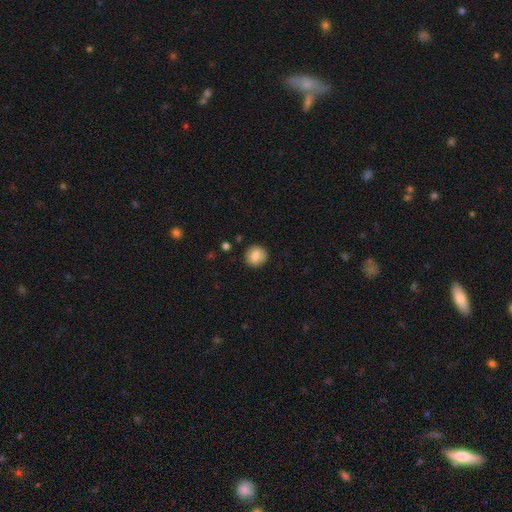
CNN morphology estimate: Smooth or featured? smooth (83%)
How rounded? round (88%)
Merging? none (89%)